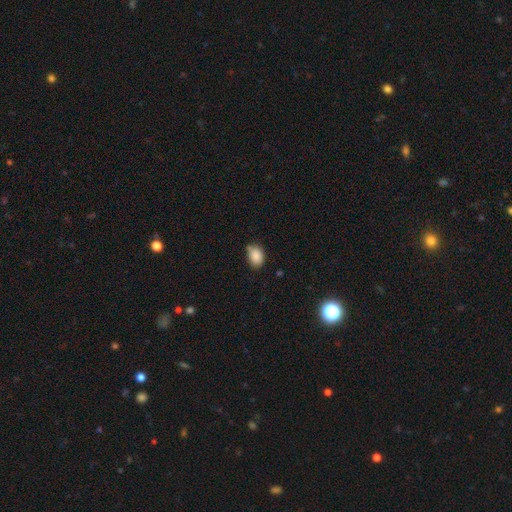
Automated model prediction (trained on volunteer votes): This appears to be a smooth galaxy with no disk features (87%) that is in between round and cigar-shaped (76%). Merging: none (66%).